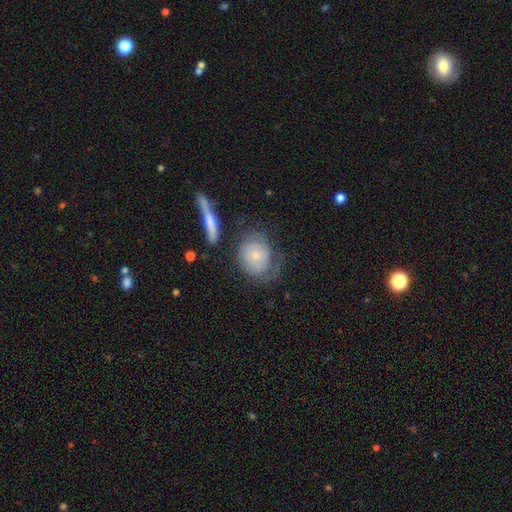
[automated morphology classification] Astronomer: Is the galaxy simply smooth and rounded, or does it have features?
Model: smooth — 48% (runner-up: featured or disk, 45%).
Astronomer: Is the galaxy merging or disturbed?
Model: none — 47% (runner-up: minor disturbance, 25%).